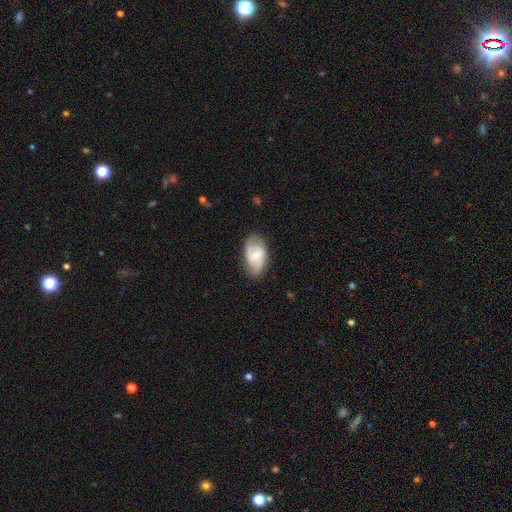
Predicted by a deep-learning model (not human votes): Smooth or featured: featured or disk — 59% (smooth — 35%)
Edge-on disk: no — 95% (yes — 5%)
Bar: no — 47% (weak — 43%)
Spiral arms: yes — 84% (no — 16%)
Bulge size: small — 53% (moderate — 38%)
Merging: none — 70% (minor disturbance — 22%)